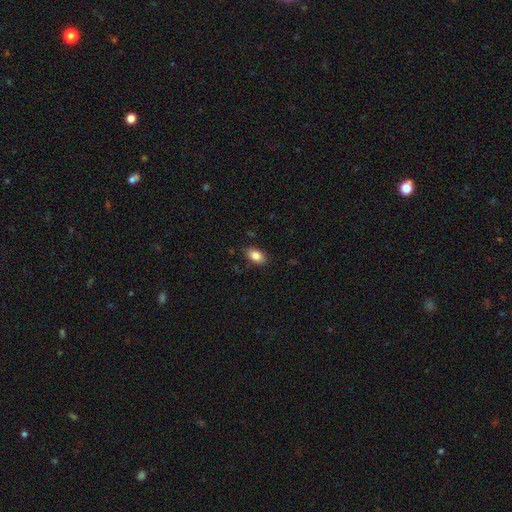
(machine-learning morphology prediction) Q: Smooth or featured?
A: smooth (85%); runner-up: star or artifact (8%)
Q: How rounded?
A: in between (90%); runner-up: round (8%)
Q: Merging?
A: none (86%); runner-up: minor disturbance (10%)